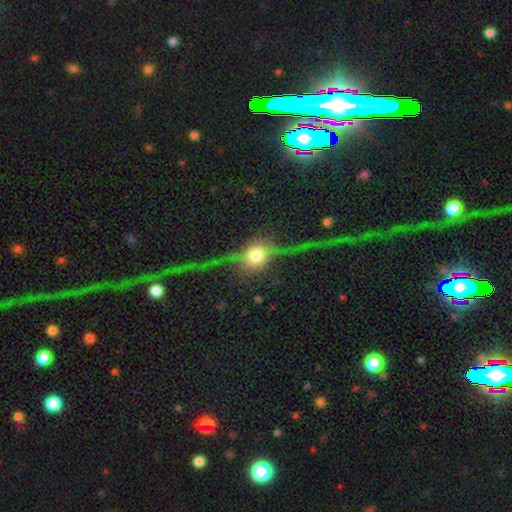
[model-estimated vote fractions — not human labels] Morphology: type=featured or disk (50%); edge-on=yes (59%); merging=none (46%).